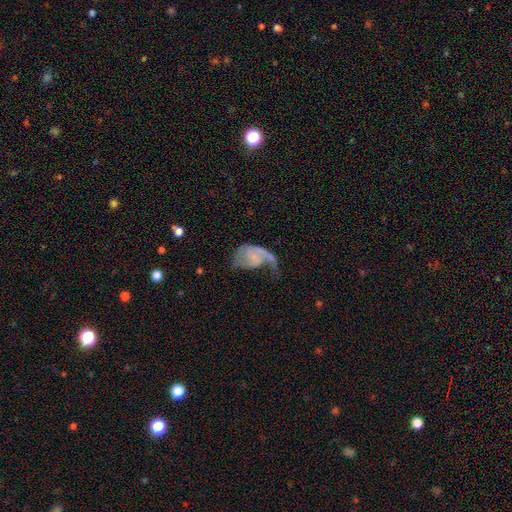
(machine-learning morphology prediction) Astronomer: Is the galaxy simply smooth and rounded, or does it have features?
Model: featured or disk — 70%.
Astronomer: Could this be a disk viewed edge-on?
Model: no — 98%.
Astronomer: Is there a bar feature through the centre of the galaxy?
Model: no — 70%.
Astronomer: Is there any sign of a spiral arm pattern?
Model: yes — 81%.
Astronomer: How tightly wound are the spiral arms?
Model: loose — 58%.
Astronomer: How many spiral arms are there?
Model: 1 — 55% (runner-up: 2, 34%).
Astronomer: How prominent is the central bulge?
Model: none — 48% (runner-up: small, 41%).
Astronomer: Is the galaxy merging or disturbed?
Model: major disturbance — 53%.